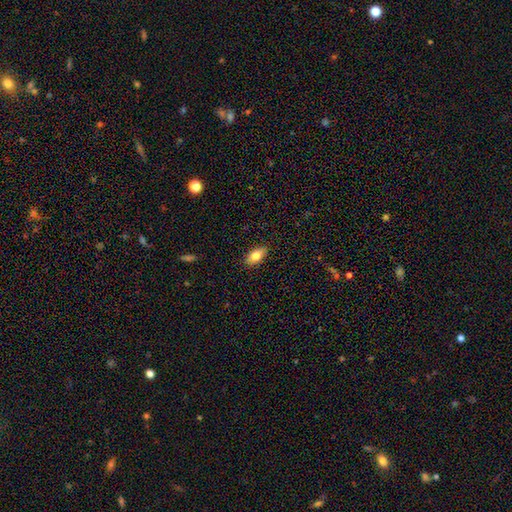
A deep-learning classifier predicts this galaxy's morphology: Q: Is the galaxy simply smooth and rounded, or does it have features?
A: smooth — 79%.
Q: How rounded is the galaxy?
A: in between — 91%.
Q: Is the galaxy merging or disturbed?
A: none — 87%.